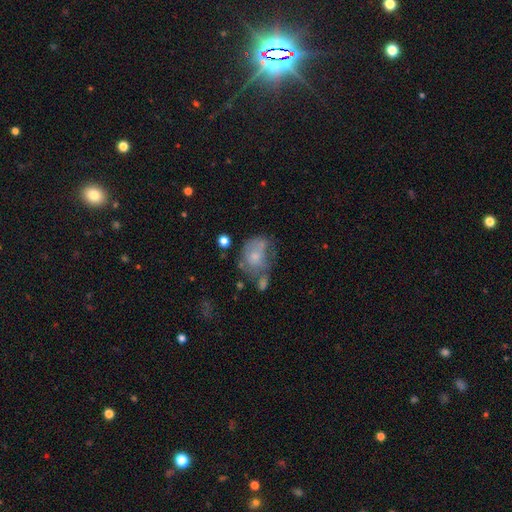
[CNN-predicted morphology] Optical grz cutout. It shows a smooth galaxy with no disk features (52%) that is in between round and cigar-shaped (56%). Merging: none (31%).